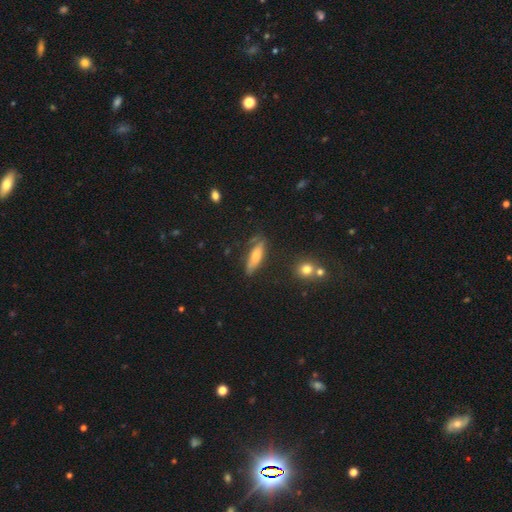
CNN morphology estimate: Q: Smooth or featured?
A: smooth (61%); runner-up: featured or disk (31%)
Q: How rounded?
A: cigar-shaped (58%); runner-up: in between (39%)
Q: Merging?
A: none (68%); runner-up: minor disturbance (22%)